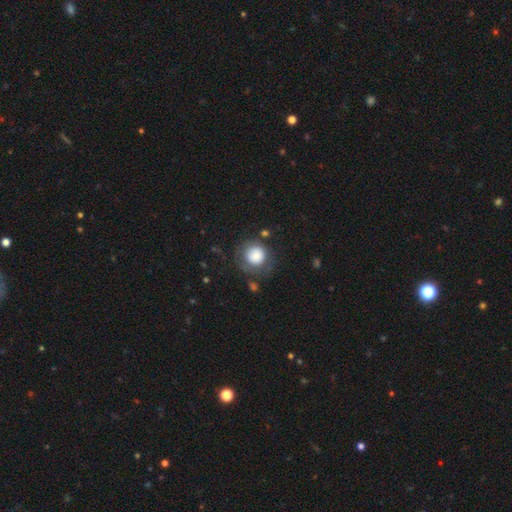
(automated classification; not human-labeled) Morphology: type=smooth (79%); roundness=round (91%); merging=none (64%).